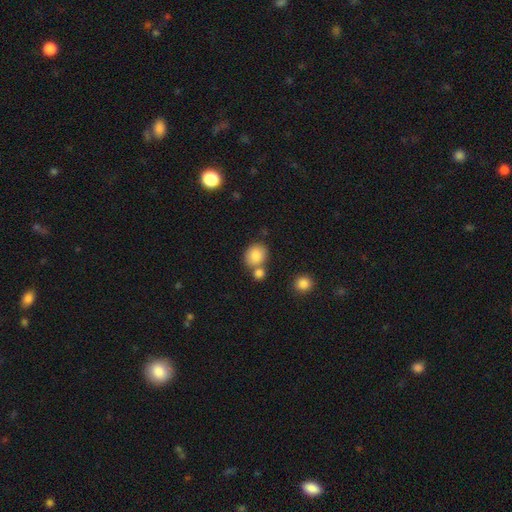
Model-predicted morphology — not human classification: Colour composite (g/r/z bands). It shows a smooth galaxy with no disk features (84%) that is round (64%). Merging: none (56%).